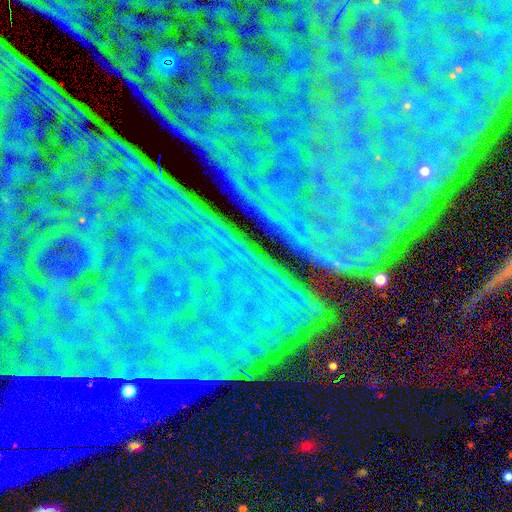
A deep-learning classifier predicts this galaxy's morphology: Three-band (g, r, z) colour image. It shows a star or artifact, not a galaxy (83%).